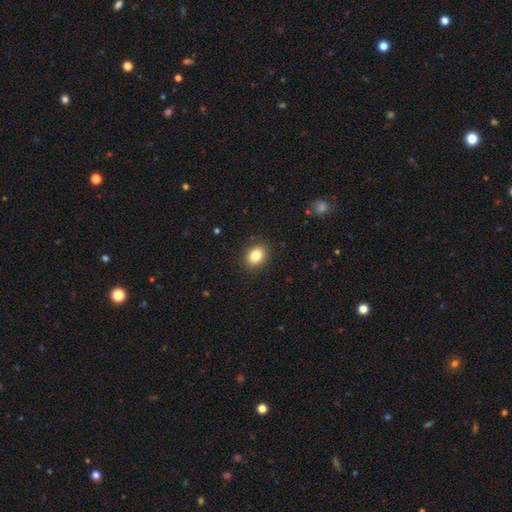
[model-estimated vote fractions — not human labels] Smooth or featured?
  - smooth: 83% *
  - star or artifact: 9%
  - featured or disk: 7%
How rounded?
  - in between: 62% *
  - round: 37%
  - cigar-shaped: 1%
Merging?
  - none: 89% *
  - minor disturbance: 7%
  - major disturbance: 2%
  - merger: 1%